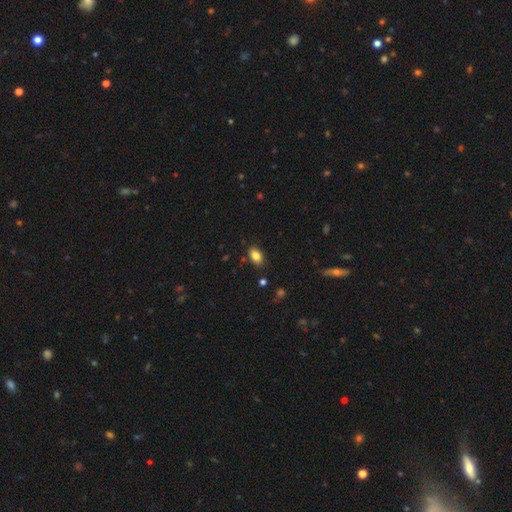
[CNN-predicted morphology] smooth_or_featured: smooth (p=0.84) [alt: star or artifact p=0.09]
how_rounded: in between (p=0.88) [alt: round p=0.10]
merging: none (p=0.83) [alt: minor disturbance p=0.12]